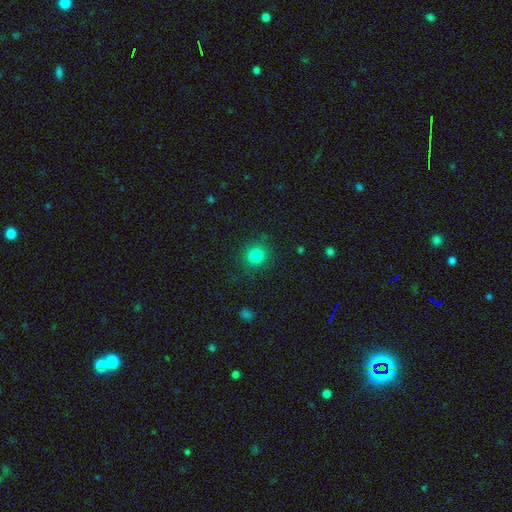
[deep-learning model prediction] smooth-or-featured: smooth: 82% | star or artifact: 12% | featured or disk: 6%
  how-rounded: round: 90% | in between: 9% | cigar-shaped: 1%
  merging: none: 87% | minor disturbance: 9% | major disturbance: 3% | merger: 1%